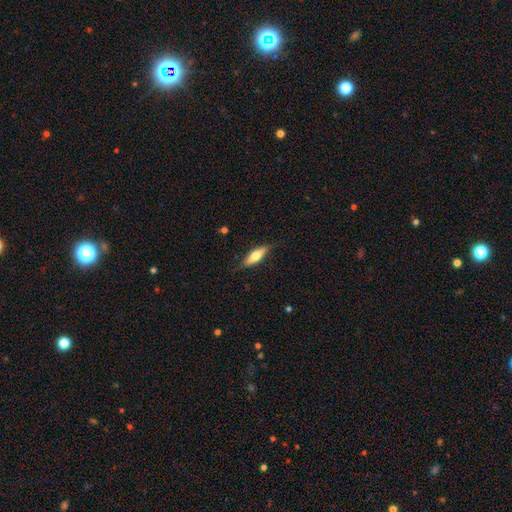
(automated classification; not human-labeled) Morphology: type=smooth (49%); merging=none (81%).